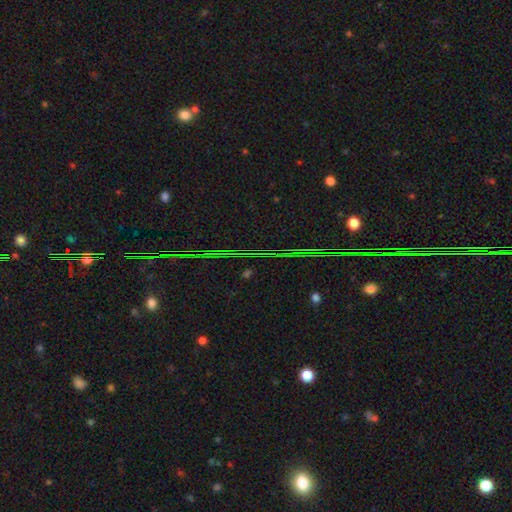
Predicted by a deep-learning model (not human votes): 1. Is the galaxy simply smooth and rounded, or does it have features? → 80% star or artifact, 10% featured or disk, 10% smooth.